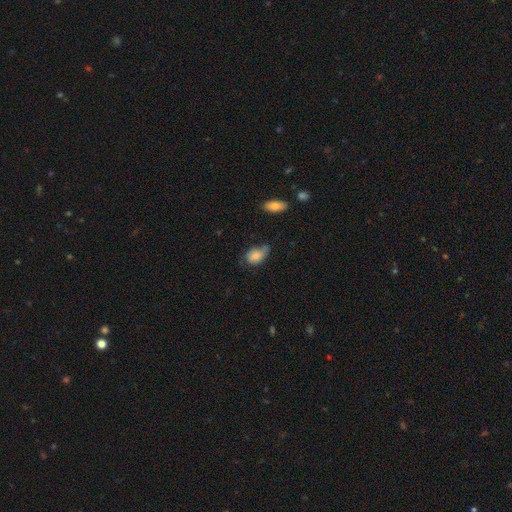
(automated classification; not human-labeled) The model was most divided on "merging": minor disturbance: 42%, none: 36%, major disturbance: 18%, merger: 4%. More confident: how rounded — in between (79%); smooth or featured — smooth (73%).